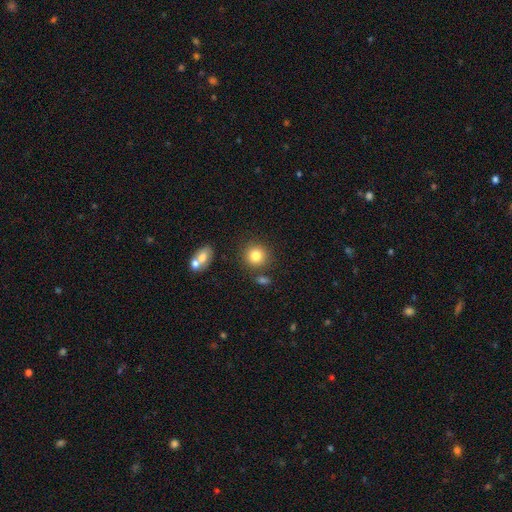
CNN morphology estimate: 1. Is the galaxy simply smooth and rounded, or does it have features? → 82% smooth, 10% star or artifact, 8% featured or disk.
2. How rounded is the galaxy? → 90% round, 9% in between, 1% cigar-shaped.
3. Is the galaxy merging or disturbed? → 80% none, 9% minor disturbance, 7% merger, 3% major disturbance.